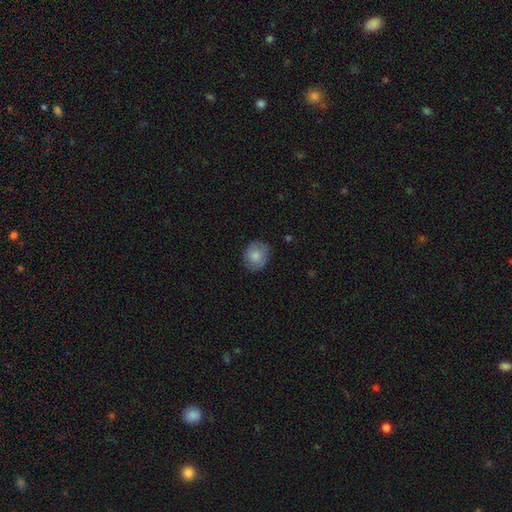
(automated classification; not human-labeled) Morphology: type=smooth (80%); roundness=round (74%); merging=none (77%).